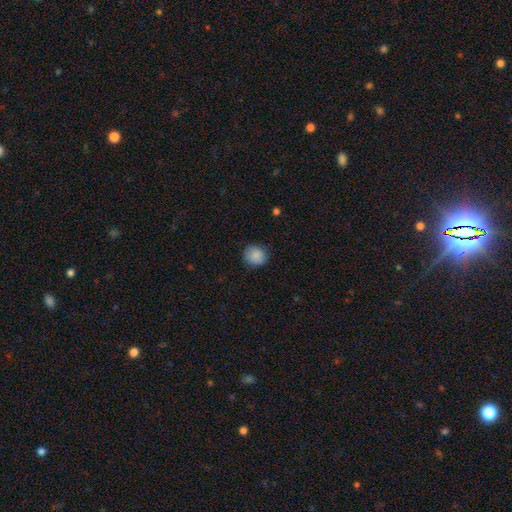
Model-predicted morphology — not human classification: A smooth galaxy with no disk features (88%) that is round (84%). Merging: none (85%).